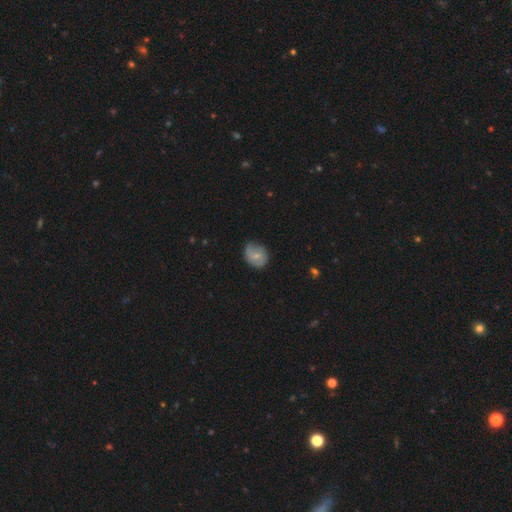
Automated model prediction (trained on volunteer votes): This is possibly a smooth galaxy (59%). How rounded: possibly round (60%). Merging: possibly none (55%).